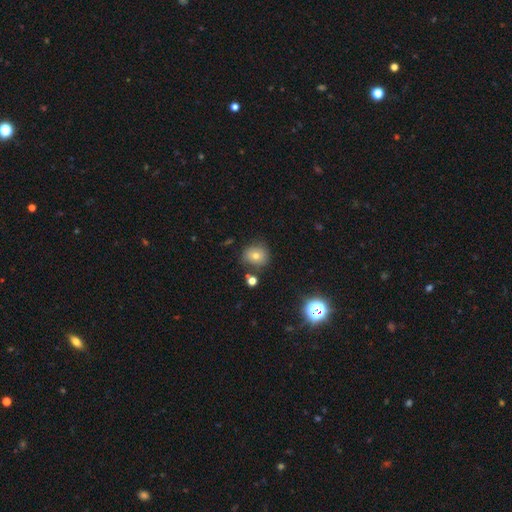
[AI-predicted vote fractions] Smooth or featured? smooth (70%)
How rounded? round (80%)
Merging? none (75%)